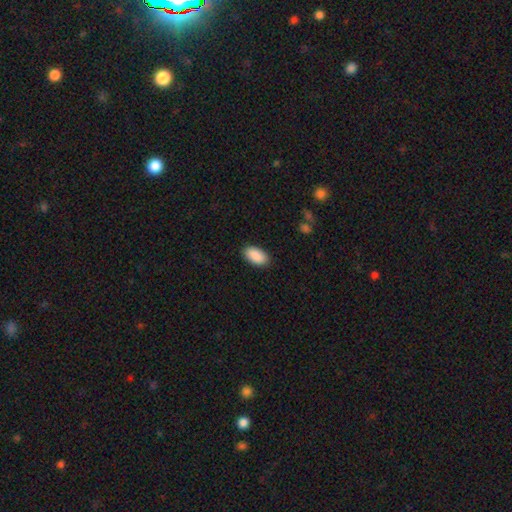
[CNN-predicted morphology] Q: Smooth or featured?
A: smooth (91%); runner-up: star or artifact (6%)
Q: How rounded?
A: in between (95%); runner-up: round (3%)
Q: Merging?
A: none (89%); runner-up: minor disturbance (8%)